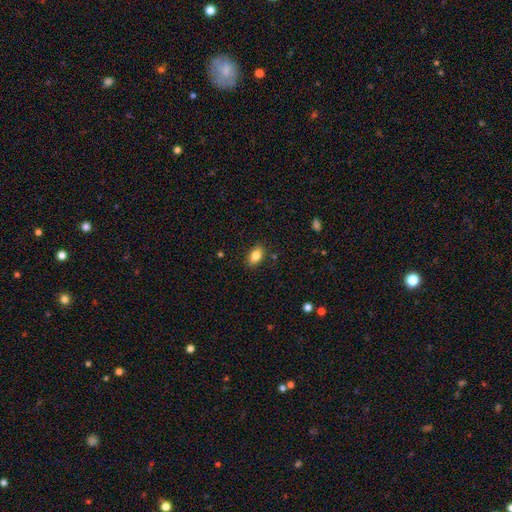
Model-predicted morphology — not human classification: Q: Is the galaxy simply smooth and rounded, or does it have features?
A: smooth — 83%.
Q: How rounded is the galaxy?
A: in between — 89%.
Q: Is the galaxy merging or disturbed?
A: none — 86%.